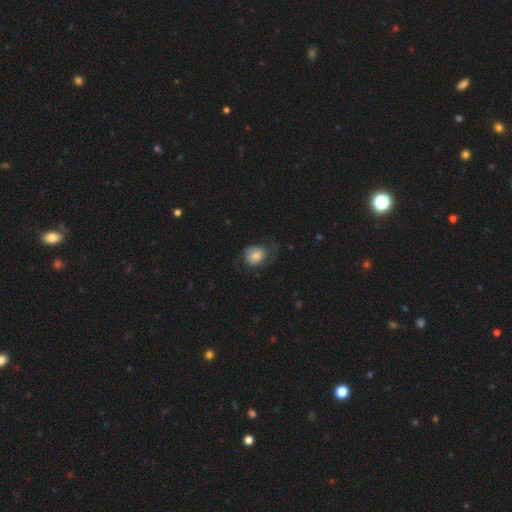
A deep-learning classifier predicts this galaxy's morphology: smooth_or_featured: smooth (p=0.76) [alt: featured or disk p=0.16]
how_rounded: round (p=0.55) [alt: in between p=0.44]
merging: none (p=0.44) [alt: minor disturbance p=0.31]